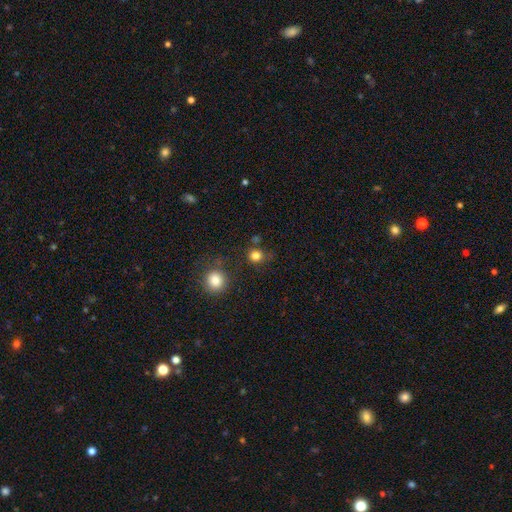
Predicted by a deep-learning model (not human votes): The model was most divided on "merging": none: 74%, minor disturbance: 13%, merger: 7%, major disturbance: 6%. More confident: how rounded — round (85%); smooth or featured — smooth (81%).